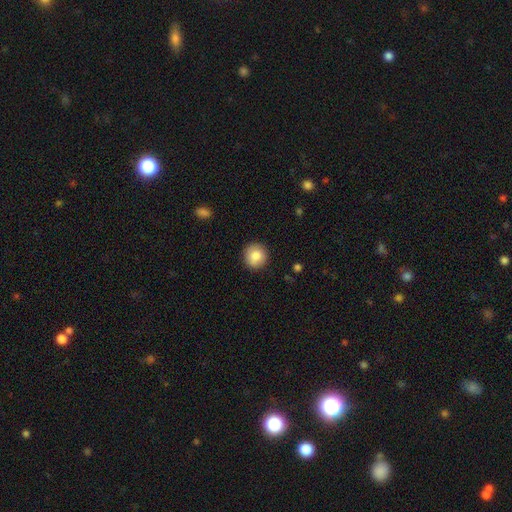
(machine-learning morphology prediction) smooth-or-featured: smooth: 83% | featured or disk: 9% | star or artifact: 8%
  how-rounded: round: 92% | in between: 7% | cigar-shaped: 1%
  merging: none: 89% | minor disturbance: 8% | major disturbance: 2% | merger: 1%